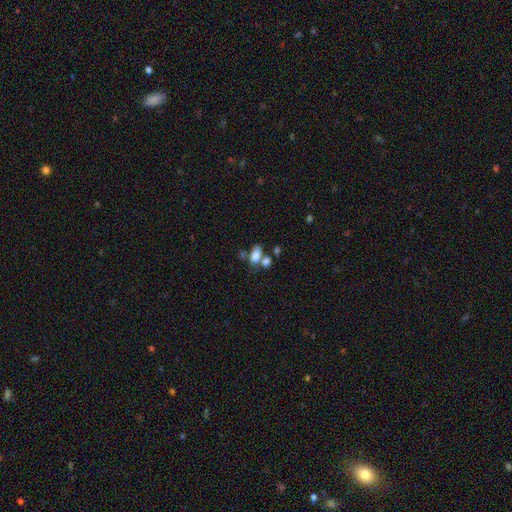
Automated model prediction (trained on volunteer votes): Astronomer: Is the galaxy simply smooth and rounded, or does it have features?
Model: smooth — 79%.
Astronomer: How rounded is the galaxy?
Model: in between — 89%.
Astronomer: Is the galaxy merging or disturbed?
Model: none — 42% (runner-up: merger, 37%).